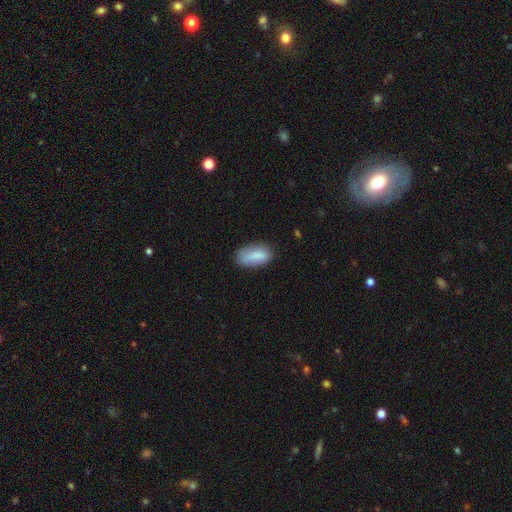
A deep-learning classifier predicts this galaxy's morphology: Smooth or featured? smooth (82%)
How rounded? in between (89%)
Merging? none (68%)